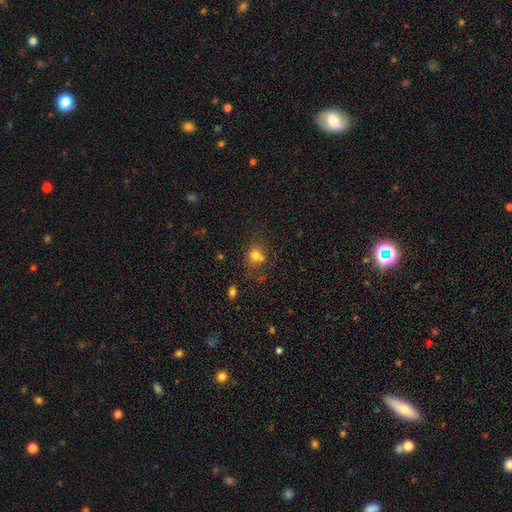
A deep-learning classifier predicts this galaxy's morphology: This appears to be a smooth galaxy with no disk features (75%) that is round (65%). Merging: none (50%).